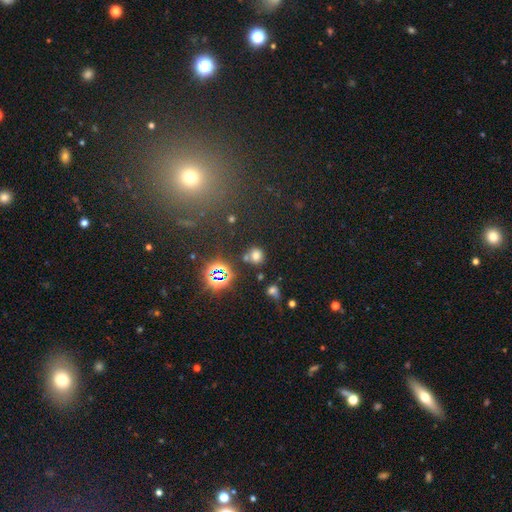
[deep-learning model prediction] smooth_or_featured: smooth (p=0.63) [alt: star or artifact p=0.29]
how_rounded: round (p=0.79) [alt: in between p=0.20]
merging: none (p=0.69) [alt: merger p=0.15]